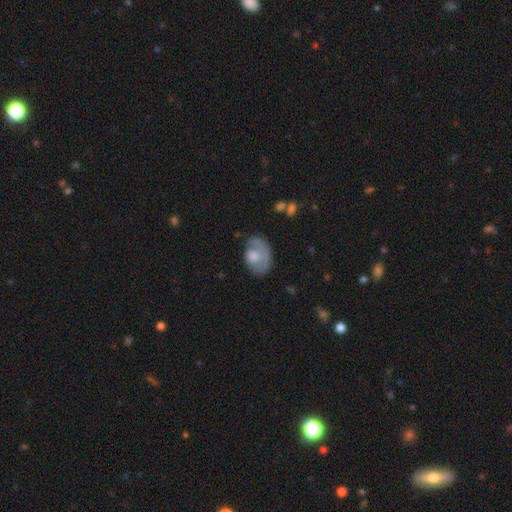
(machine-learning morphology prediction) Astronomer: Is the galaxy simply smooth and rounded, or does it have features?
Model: smooth — 55% (runner-up: featured or disk, 39%).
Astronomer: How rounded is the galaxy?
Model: in between — 74%.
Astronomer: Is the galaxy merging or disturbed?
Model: none — 45% (runner-up: minor disturbance, 27%).